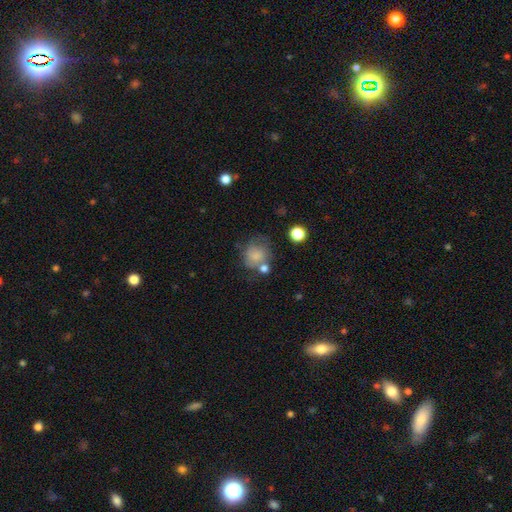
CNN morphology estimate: Overall: smooth (72%). How rounded: round (72%). Merging: none (47%; minor disturbance 24%).